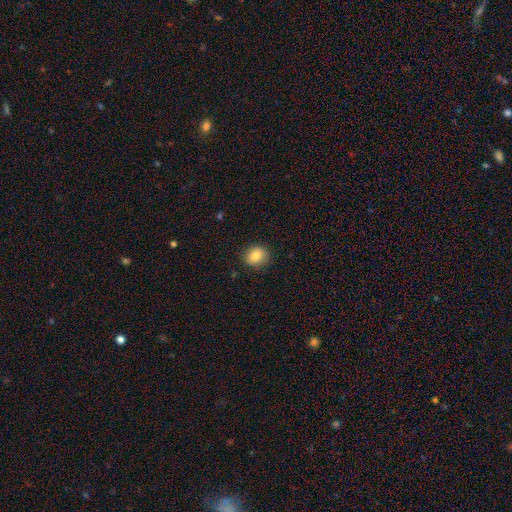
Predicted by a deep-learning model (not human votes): A smooth galaxy with no disk features (82%) that is round (66%). Merging: none (86%).